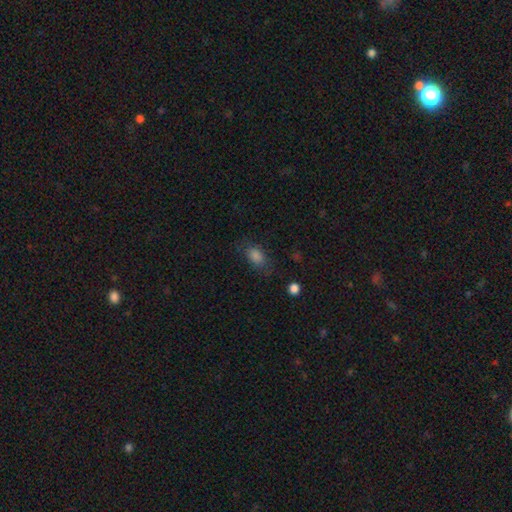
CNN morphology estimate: This is likely a smooth galaxy (79%). How rounded: clearly in between (83%). Merging: likely none (71%).